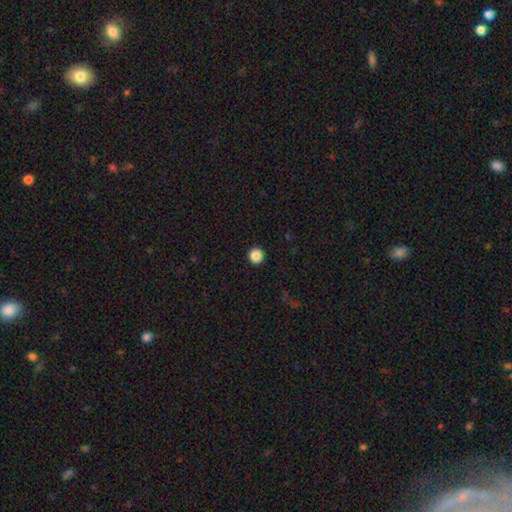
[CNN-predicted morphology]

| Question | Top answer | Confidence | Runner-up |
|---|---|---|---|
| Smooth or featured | smooth | 87% | star or artifact (10%) |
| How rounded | round | 95% | in between (4%) |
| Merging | none | 93% | minor disturbance (4%) |